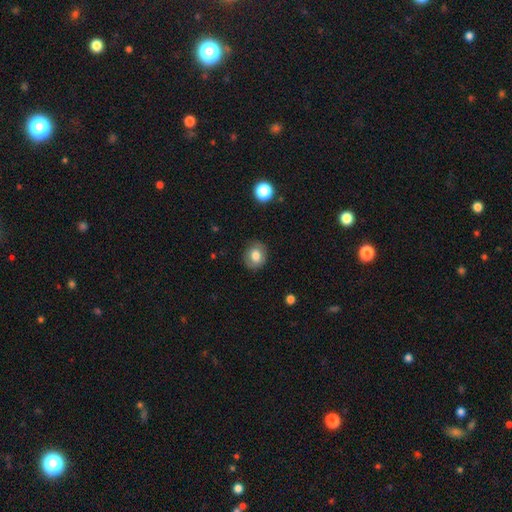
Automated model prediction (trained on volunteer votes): Smooth or featured? Predicted: smooth (p=0.77). How rounded? Predicted: round (p=0.70). Merging? Predicted: none (p=0.84).